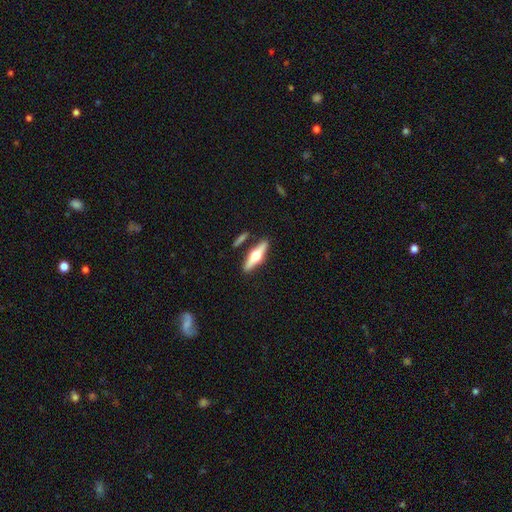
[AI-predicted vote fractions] The model was most divided on "smooth or featured": featured or disk: 61%, smooth: 34%, star or artifact: 5%. More confident: edge-on bulge — rounded (96%); edge-on disk — yes (95%); merging — none (84%).